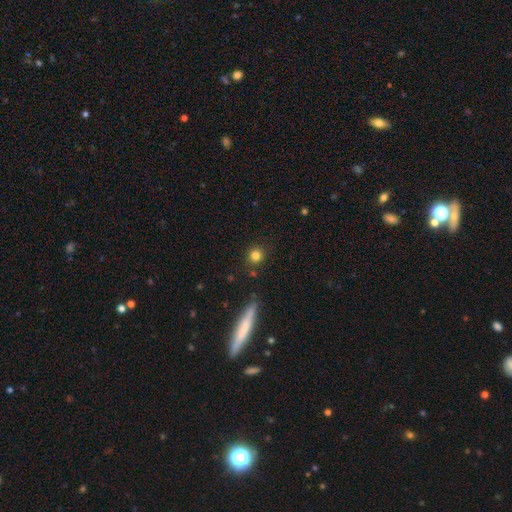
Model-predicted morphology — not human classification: Q: Smooth or featured?
A: smooth (81%); runner-up: star or artifact (12%)
Q: How rounded?
A: round (90%); runner-up: in between (8%)
Q: Merging?
A: none (87%); runner-up: minor disturbance (8%)